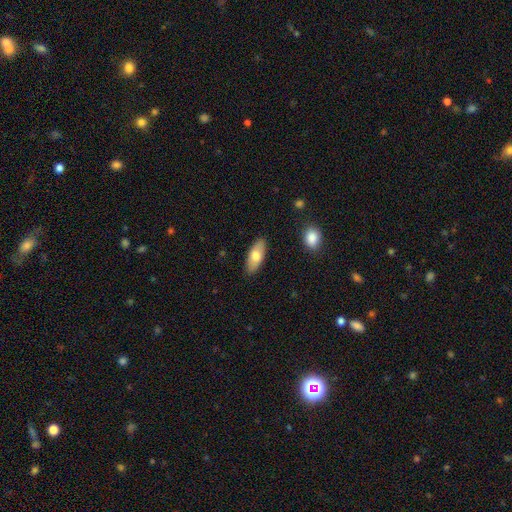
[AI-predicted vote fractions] The model was most divided on "smooth or featured": smooth: 72%, featured or disk: 22%, star or artifact: 6%. More confident: merging — none (87%); how rounded — in between (82%).